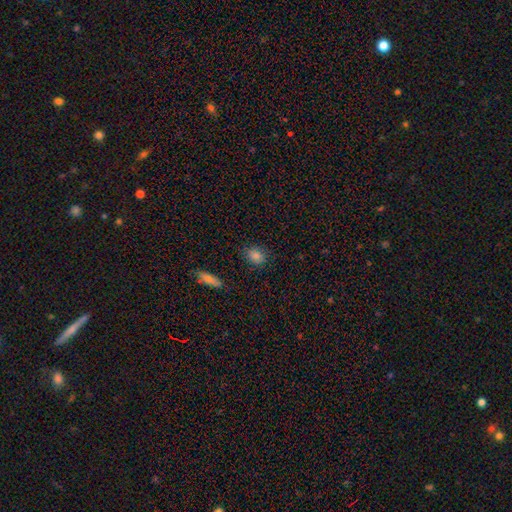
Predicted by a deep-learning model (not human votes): This is clearly a smooth galaxy (82%). How rounded: possibly in between (50%). Merging: clearly none (85%).